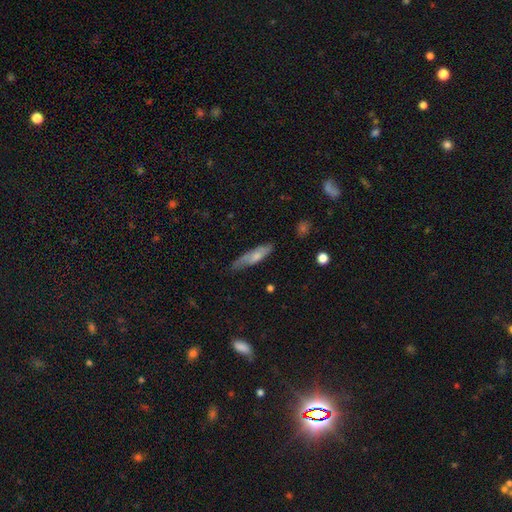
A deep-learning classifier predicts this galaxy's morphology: smooth-or-featured: smooth: 60% | featured or disk: 34% | star or artifact: 6%
  how-rounded: cigar-shaped: 66% | in between: 33% | round: 2%
  merging: none: 64% | minor disturbance: 28% | major disturbance: 7% | merger: 2%